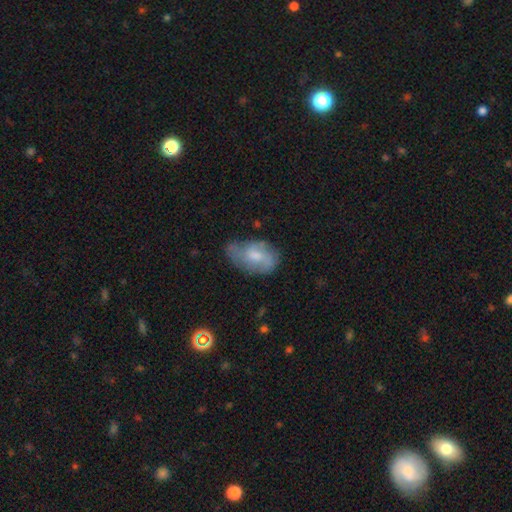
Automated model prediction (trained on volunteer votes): Smooth or featured?
  - smooth: 48% *
  - featured or disk: 44%
  - star or artifact: 7%
Merging?
  - none: 52% *
  - minor disturbance: 33%
  - major disturbance: 13%
  - merger: 2%